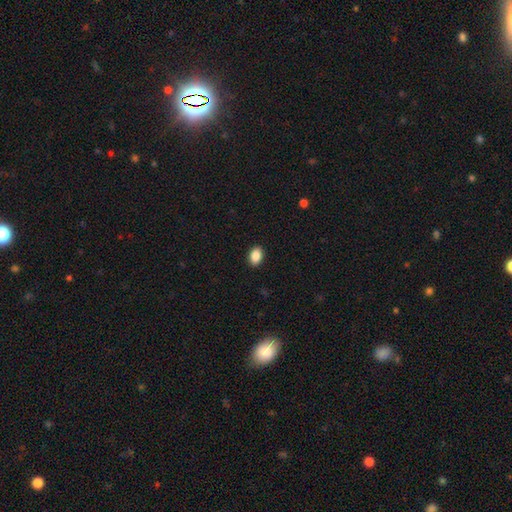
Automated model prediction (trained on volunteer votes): Smooth or featured: smooth — 89% (star or artifact — 8%)
How rounded: in between — 83% (round — 16%)
Merging: none — 91% (minor disturbance — 6%)